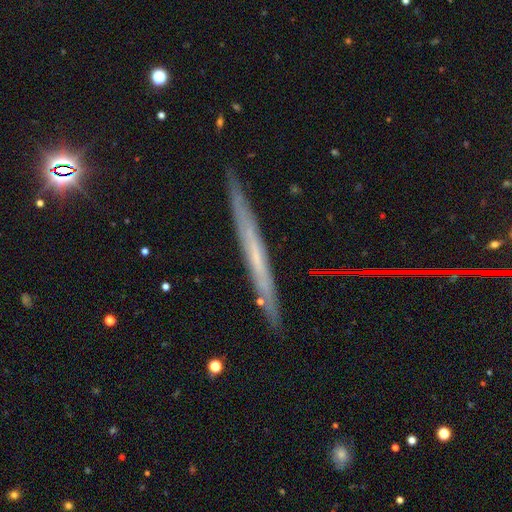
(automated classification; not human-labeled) smooth_or_featured: featured or disk (p=0.61) [alt: smooth p=0.28]
disk_edge_on: yes (p=0.94) [alt: no p=0.06]
edge_on_bulge: none (p=0.88) [alt: rounded p=0.09]
merging: none (p=0.88) [alt: minor disturbance p=0.10]